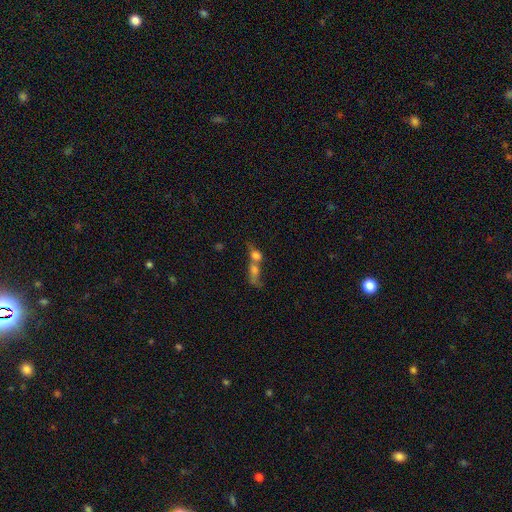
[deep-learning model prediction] Smooth or featured: smooth — 64% (featured or disk — 23%)
How rounded: in between — 52% (round — 38%)
Merging: merger — 75% (none — 13%)